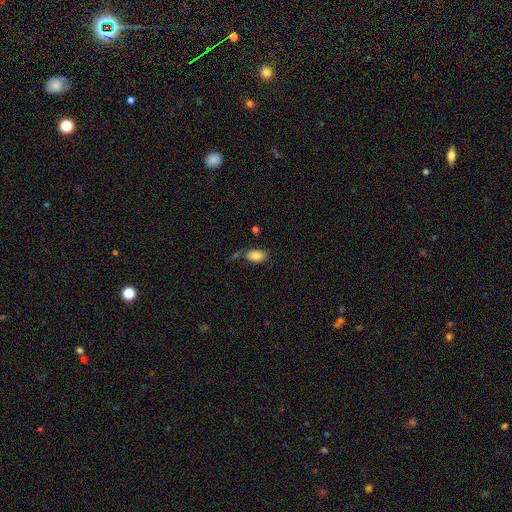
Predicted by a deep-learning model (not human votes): Smooth or featured? Predicted: smooth (p=0.84). How rounded? Predicted: in between (p=0.93). Merging? Predicted: none (p=0.61).